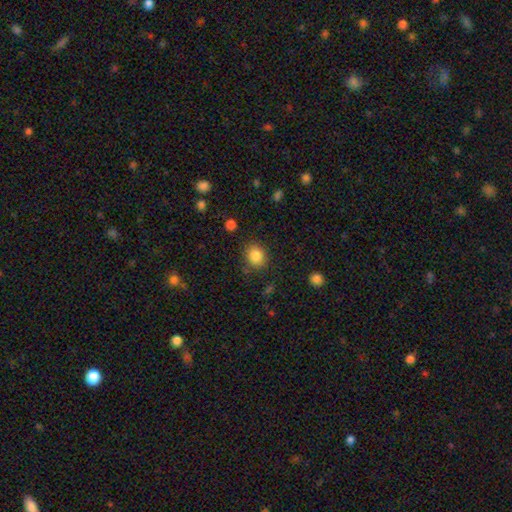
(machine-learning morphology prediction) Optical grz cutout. It shows a smooth galaxy with no disk features (85%) that is round (66%). Merging: none (84%).